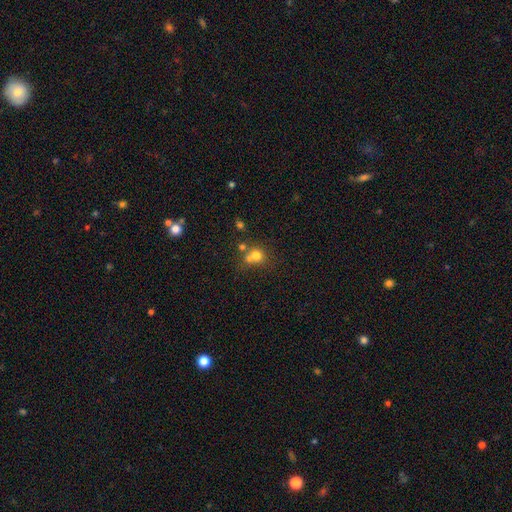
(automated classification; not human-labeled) smooth-or-featured: smooth: 71% | star or artifact: 15% | featured or disk: 14%
  how-rounded: round: 83% | in between: 16% | cigar-shaped: 1%
  merging: merger: 47% | none: 41% | minor disturbance: 8% | major disturbance: 4%